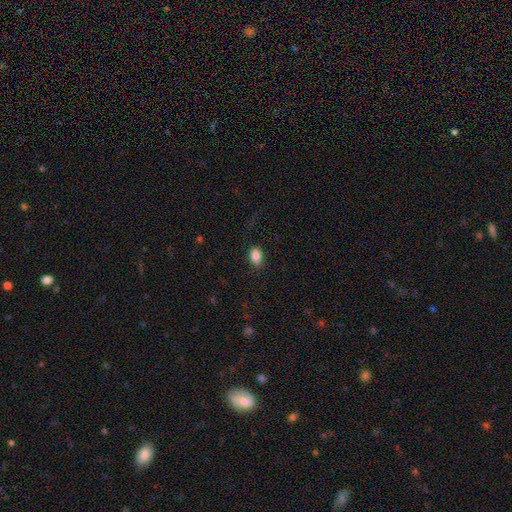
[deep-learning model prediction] This appears to be a smooth galaxy with no disk features (87%) that is in between round and cigar-shaped (76%). Merging: none (86%).